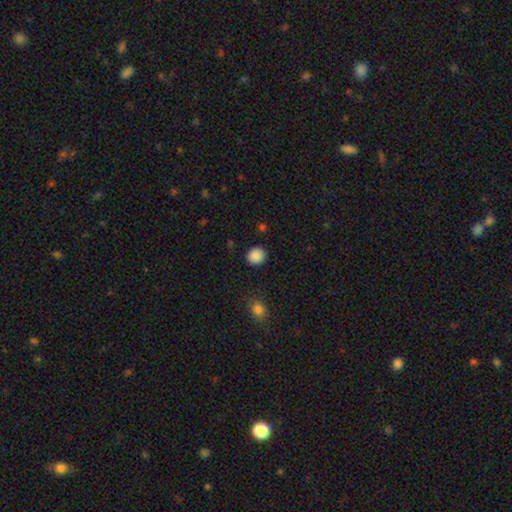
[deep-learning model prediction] smooth 89%, star or artifact 8%, featured or disk 3%. Down the decision tree: how rounded — round (86%); merging — none (90%).